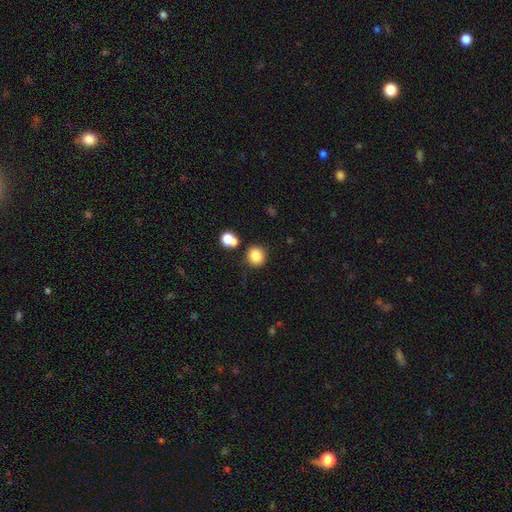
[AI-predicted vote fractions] This appears to be a smooth galaxy with no disk features (84%) that is round (88%). Merging: none (81%).